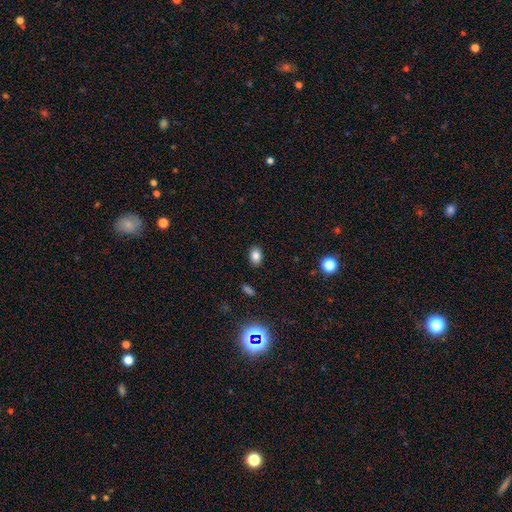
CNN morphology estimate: type=smooth (83%); roundness=in between (76%); merging=none (87%).